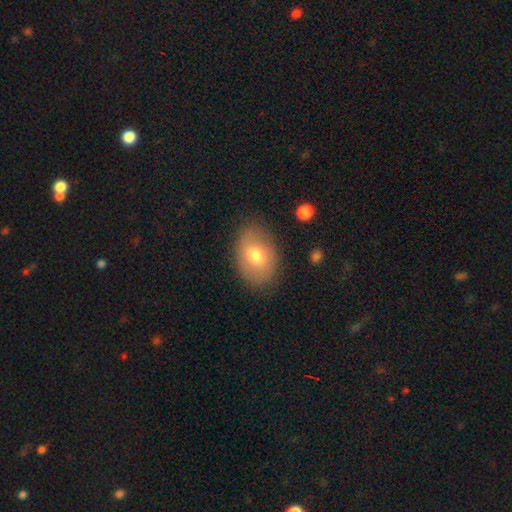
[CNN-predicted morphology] Smooth or featured: smooth — 70% (featured or disk — 23%)
How rounded: in between — 80% (round — 19%)
Merging: none — 79% (minor disturbance — 15%)